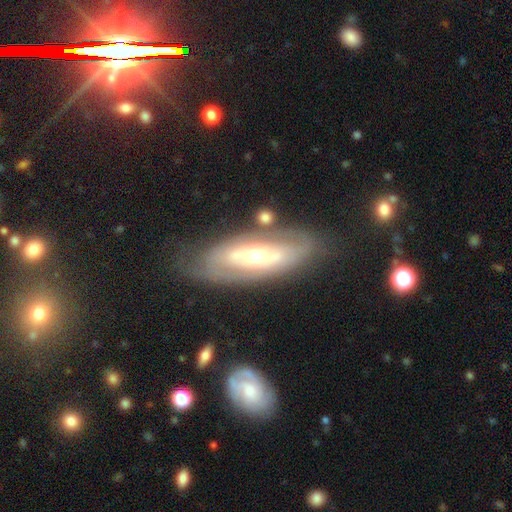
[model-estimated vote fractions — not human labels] This appears to be a featured or disk galaxy (70%) with no bar (70%), no spiral arms (52%) and a moderate central bulge (55%). Merging: none (67%).